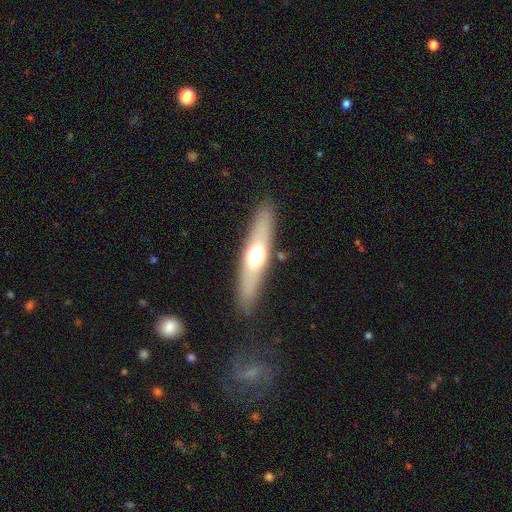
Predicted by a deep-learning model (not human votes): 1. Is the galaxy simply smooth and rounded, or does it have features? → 49% smooth, 43% featured or disk, 8% star or artifact.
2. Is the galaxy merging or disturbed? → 88% none, 8% minor disturbance, 3% major disturbance, 1% merger.